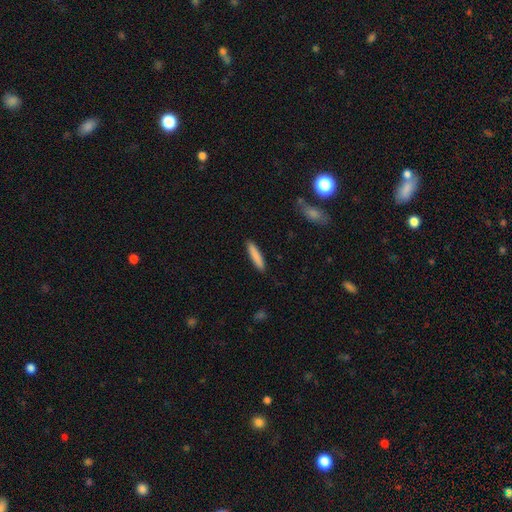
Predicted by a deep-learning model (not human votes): smooth-or-featured: smooth: 85% | featured or disk: 9% | star or artifact: 6%
  how-rounded: cigar-shaped: 87% | in between: 12% | round: 1%
  merging: none: 90% | minor disturbance: 7% | major disturbance: 2% | merger: 1%